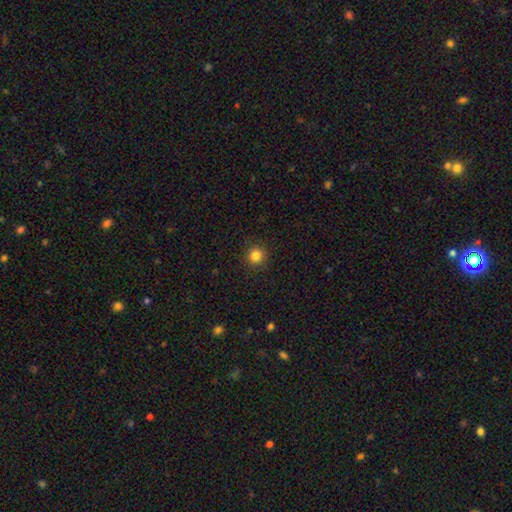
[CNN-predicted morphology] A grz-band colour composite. It shows a smooth galaxy with no disk features (84%) that is round (94%). Merging: none (92%).